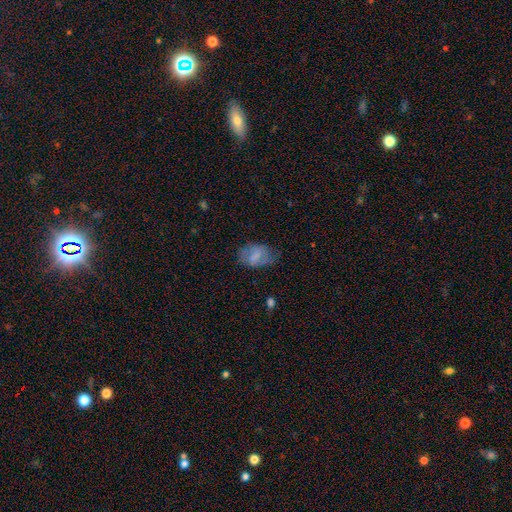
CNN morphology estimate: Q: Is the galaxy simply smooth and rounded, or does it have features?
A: smooth — 60%.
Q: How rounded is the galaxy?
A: in between — 86%.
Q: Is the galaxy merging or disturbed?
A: none — 59%.